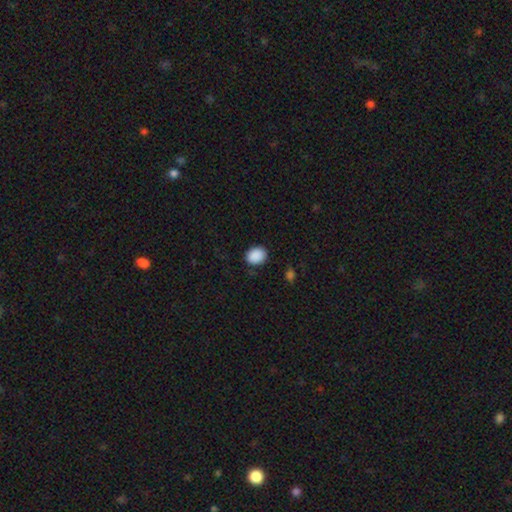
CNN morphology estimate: type=smooth (90%); roundness=in between (51%); merging=none (87%).